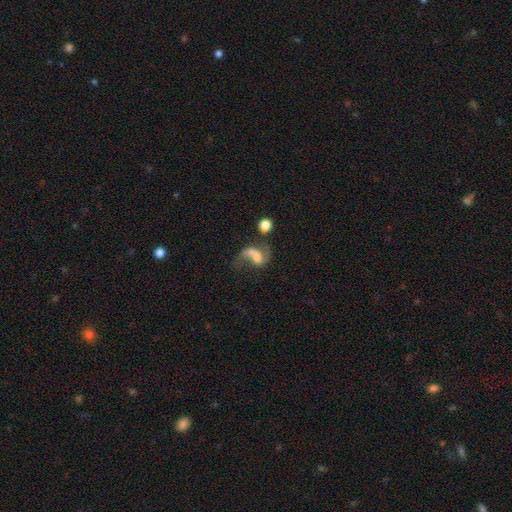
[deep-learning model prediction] The model was most divided on "merging": major disturbance: 34%, merger: 28%, none: 25%, minor disturbance: 13%. Remaining: edge-on disk — no (97%); spiral arms — yes (78%); smooth or featured — featured or disk (60%); bar — no (50%); bulge size — none (37%).